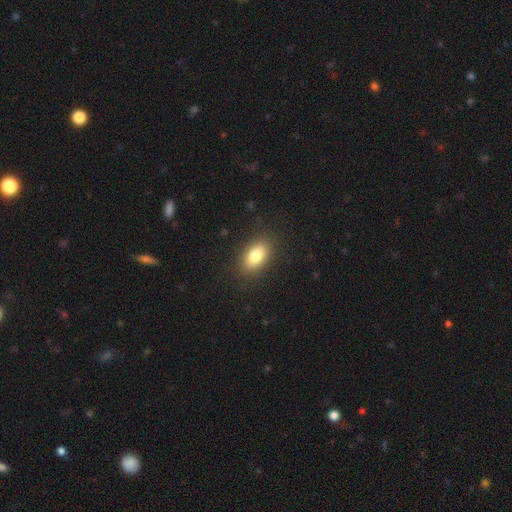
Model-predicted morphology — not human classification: type=smooth (82%); roundness=in between (89%); merging=none (86%).